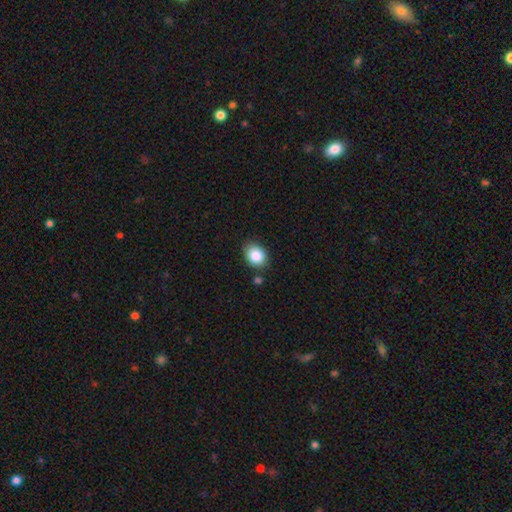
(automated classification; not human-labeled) Smooth or featured? smooth (86%)
How rounded? in between (59%)
Merging? none (78%)